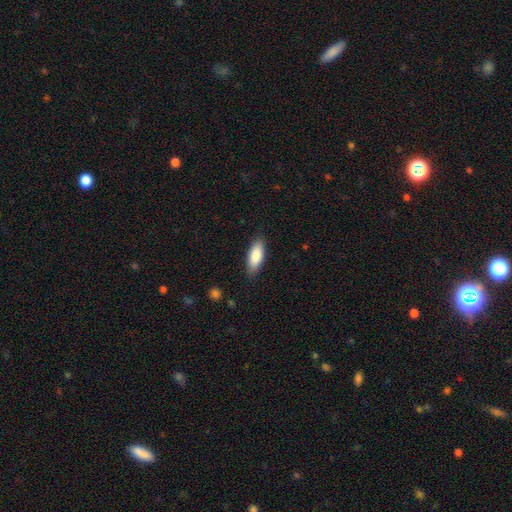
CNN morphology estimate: This appears to be a smooth galaxy with no disk features (85%) that is in between round and cigar-shaped (73%). Merging: none (85%).